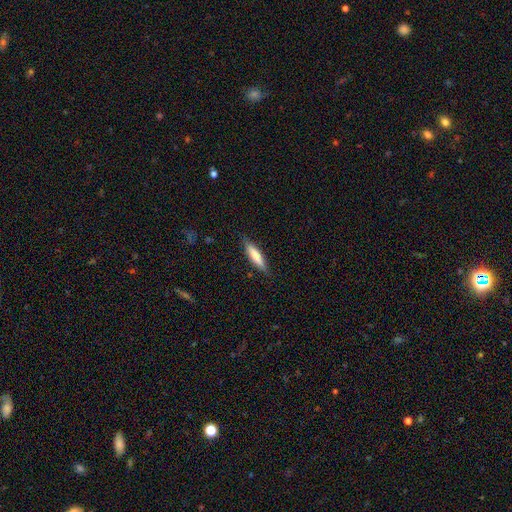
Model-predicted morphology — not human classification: Smooth or featured? Predicted: smooth (p=0.70). How rounded? Predicted: cigar-shaped (p=0.79). Merging? Predicted: none (p=0.84).